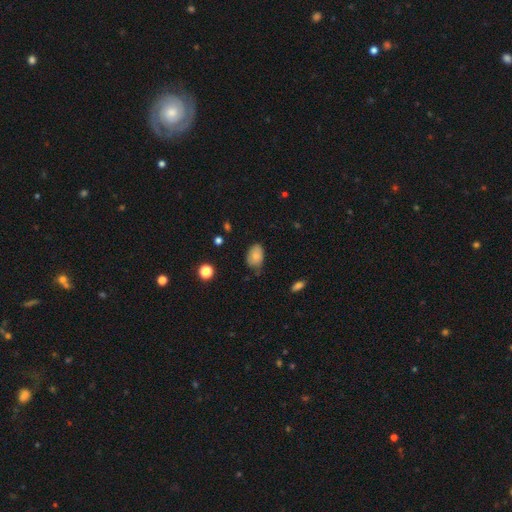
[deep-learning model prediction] A smooth galaxy with no disk features (78%) that is in between round and cigar-shaped (83%).

Vote fractions:
- Smooth or featured? smooth: 78% / featured or disk: 13% / star or artifact: 9%
- How rounded? in between: 83% / round: 16% / cigar-shaped: 1%
- Merging? none: 51% / minor disturbance: 38% / major disturbance: 9% / merger: 2%